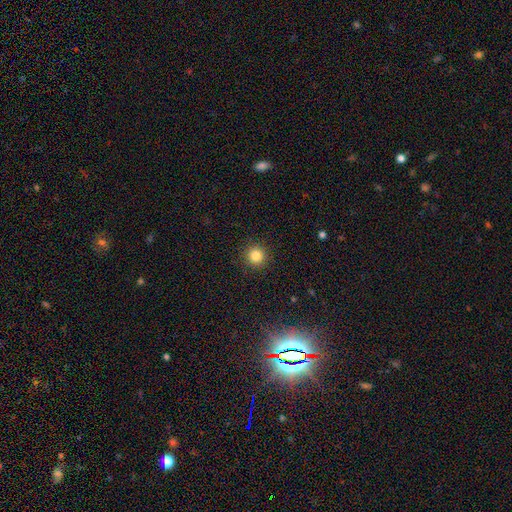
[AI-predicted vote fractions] Smooth or featured: smooth — 84% (star or artifact — 12%)
How rounded: round — 95% (in between — 4%)
Merging: none — 92% (minor disturbance — 5%)